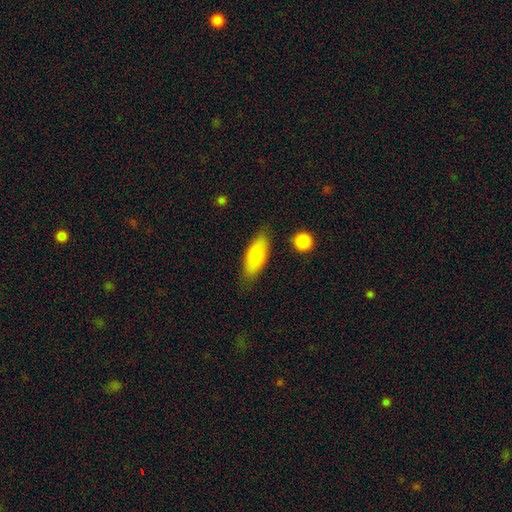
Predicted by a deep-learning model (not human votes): smooth_or_featured: smooth (p=0.81) [alt: featured or disk p=0.13]
how_rounded: in between (p=0.81) [alt: cigar-shaped p=0.17]
merging: none (p=0.77) [alt: minor disturbance p=0.17]